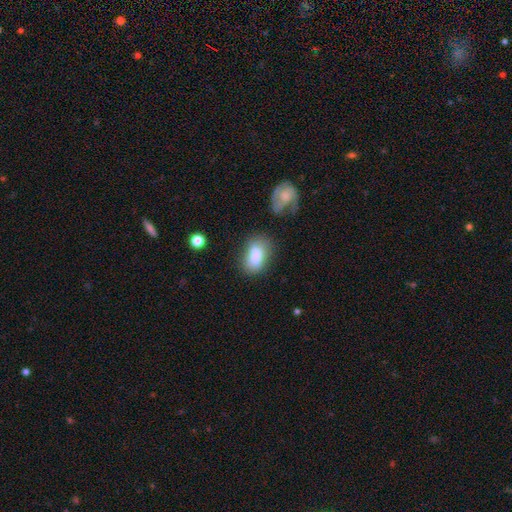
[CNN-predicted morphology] The model was most divided on "merging": none: 65%, minor disturbance: 22%, major disturbance: 7%, merger: 6%. More confident: how rounded — in between (89%); smooth or featured — smooth (84%).